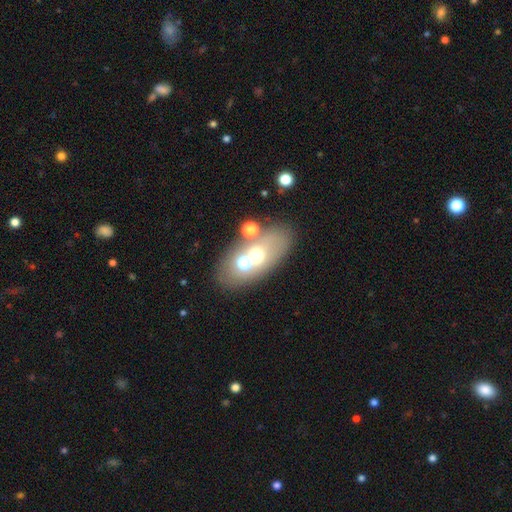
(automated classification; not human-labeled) The model was most divided on "smooth or featured": smooth: 50%, featured or disk: 33%, star or artifact: 17%. More confident: how rounded — in between (76%); merging — none (56%).